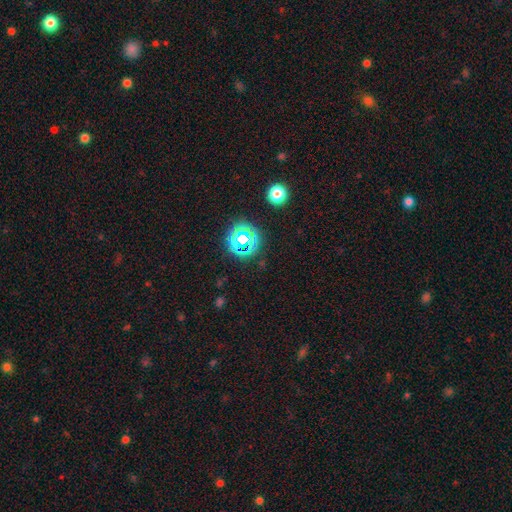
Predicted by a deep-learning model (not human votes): smooth_or_featured: smooth (p=0.47) [alt: star or artifact p=0.46]
merging: none (p=0.89) [alt: minor disturbance p=0.06]